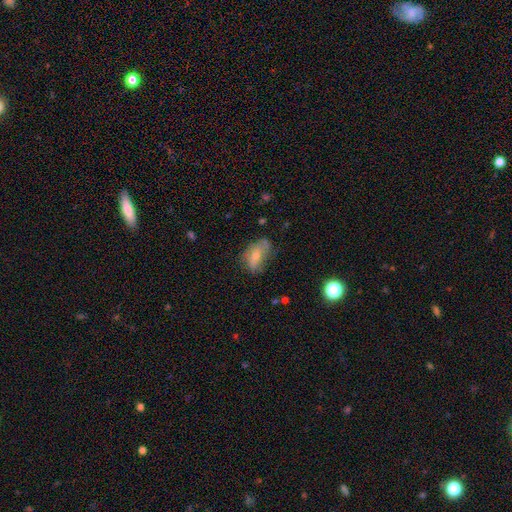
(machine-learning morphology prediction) Smooth or featured?
  - smooth: 62% *
  - featured or disk: 29%
  - star or artifact: 9%
How rounded?
  - in between: 87% *
  - round: 7%
  - cigar-shaped: 6%
Merging?
  - none: 51% *
  - minor disturbance: 31%
  - major disturbance: 15%
  - merger: 3%